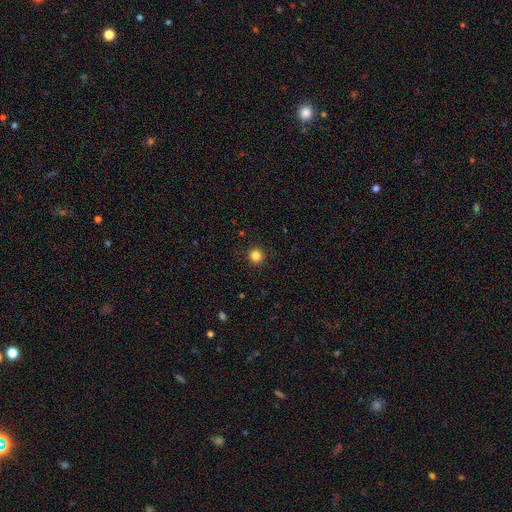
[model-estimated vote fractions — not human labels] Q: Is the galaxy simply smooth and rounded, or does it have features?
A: smooth — 83%.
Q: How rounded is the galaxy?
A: round — 95%.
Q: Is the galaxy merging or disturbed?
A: none — 93%.